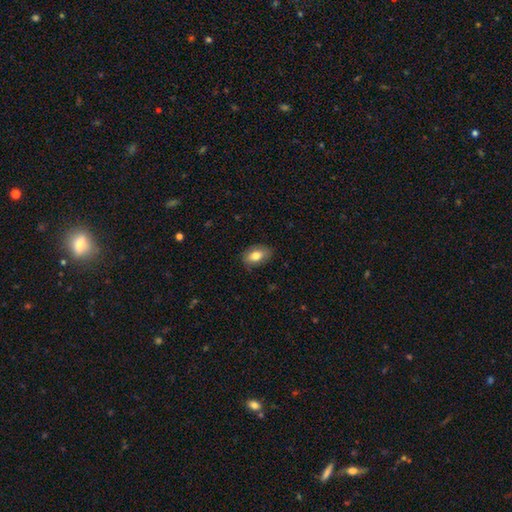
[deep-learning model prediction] smooth_or_featured: smooth (p=0.78) [alt: featured or disk p=0.15]
how_rounded: in between (p=0.89) [alt: round p=0.09]
merging: none (p=0.83) [alt: minor disturbance p=0.13]